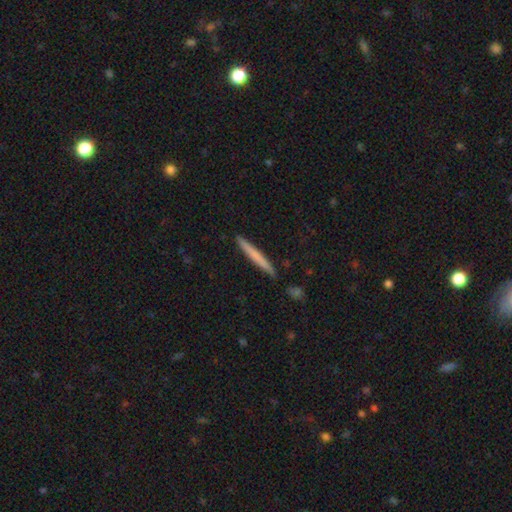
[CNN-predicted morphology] Overall: smooth (65%; featured or disk 29%). How rounded: cigar-shaped (97%). Merging: none (90%).